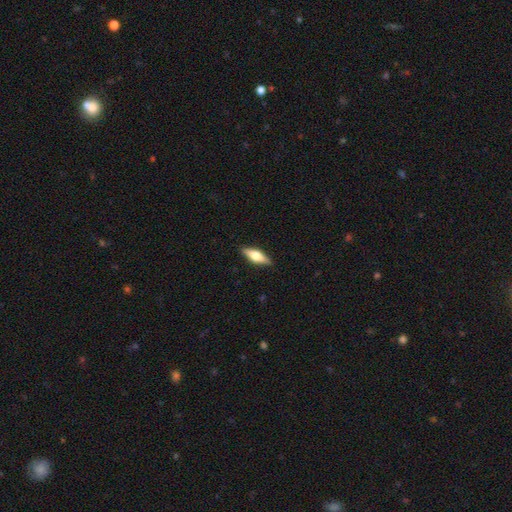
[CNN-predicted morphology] A featured or disk galaxy (48%). Merging: none (89%).